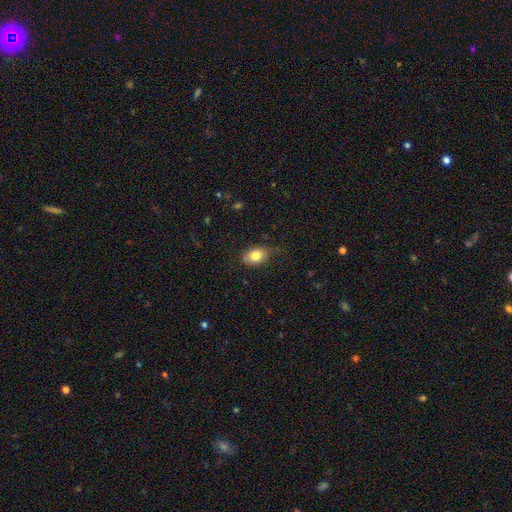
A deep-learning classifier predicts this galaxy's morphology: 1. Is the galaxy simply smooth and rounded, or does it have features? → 83% smooth, 9% featured or disk, 8% star or artifact.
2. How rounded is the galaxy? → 76% in between, 22% round, 1% cigar-shaped.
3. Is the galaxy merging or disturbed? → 75% none, 20% minor disturbance, 4% major disturbance, 1% merger.